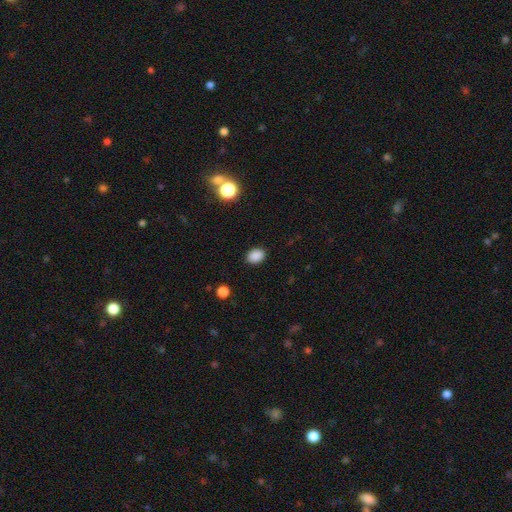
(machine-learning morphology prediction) This appears to be a smooth galaxy with no disk features (87%) that is in between round and cigar-shaped (61%). Merging: none (89%).